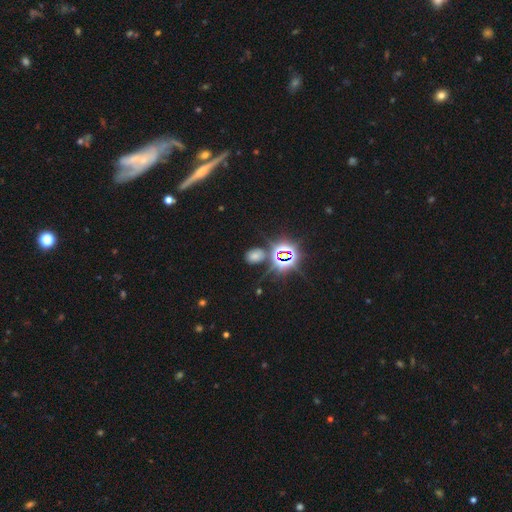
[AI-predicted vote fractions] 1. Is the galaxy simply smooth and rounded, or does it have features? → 48% smooth, 43% star or artifact, 9% featured or disk.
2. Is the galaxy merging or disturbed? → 71% none, 16% minor disturbance, 7% merger, 7% major disturbance.